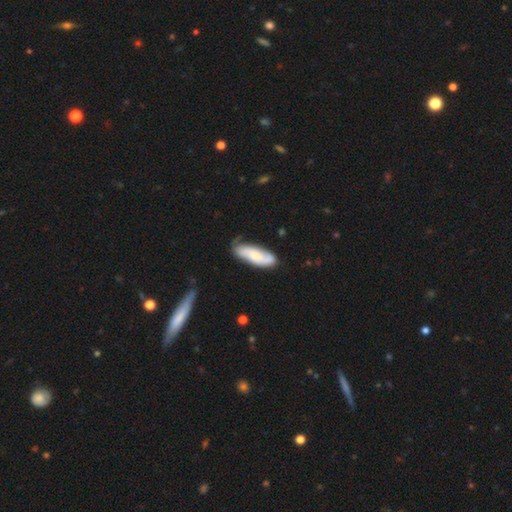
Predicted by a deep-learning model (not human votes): Morphology: type=smooth (50%); roundness=in between (61%); merging=none (67%).